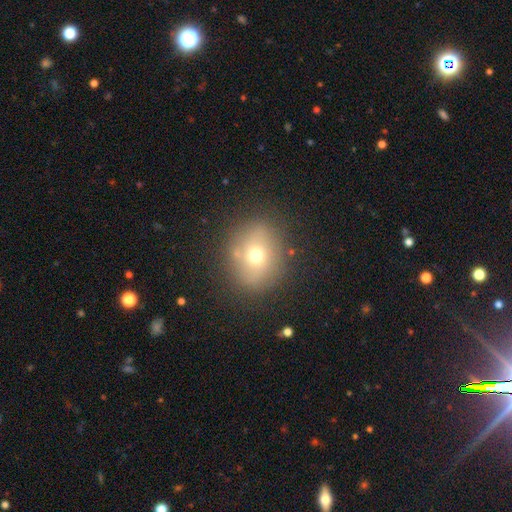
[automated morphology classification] smooth-or-featured: smooth: 62% | featured or disk: 23% | star or artifact: 15%
  how-rounded: round: 69% | in between: 30% | cigar-shaped: 1%
  merging: none: 81% | minor disturbance: 12% | major disturbance: 4% | merger: 2%